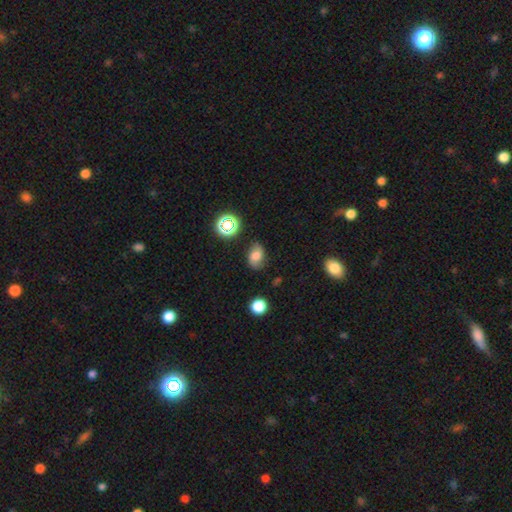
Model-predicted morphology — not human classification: Smooth or featured?
  - smooth: 59% *
  - featured or disk: 24%
  - star or artifact: 17%
How rounded?
  - in between: 76% *
  - round: 23%
  - cigar-shaped: 2%
Merging?
  - none: 69% *
  - minor disturbance: 22%
  - major disturbance: 6%
  - merger: 2%